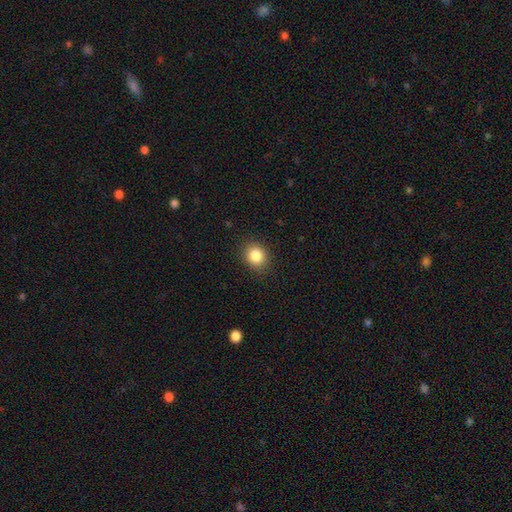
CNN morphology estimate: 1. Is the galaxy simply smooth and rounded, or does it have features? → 85% smooth, 10% star or artifact, 5% featured or disk.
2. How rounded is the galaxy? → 70% round, 29% in between, 1% cigar-shaped.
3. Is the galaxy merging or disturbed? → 88% none, 8% minor disturbance, 3% major disturbance, 1% merger.